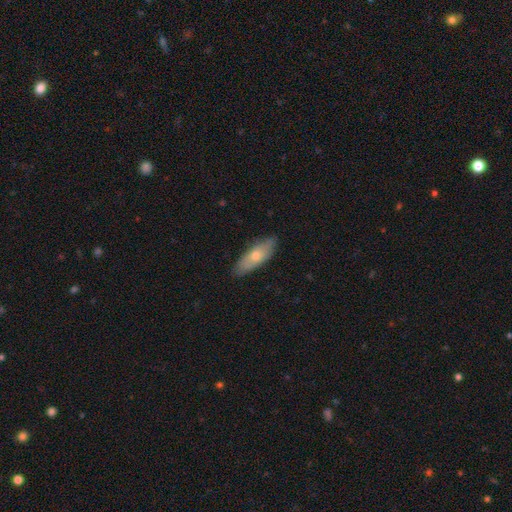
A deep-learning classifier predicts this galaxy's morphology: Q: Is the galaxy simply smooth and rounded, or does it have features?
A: smooth — 58%.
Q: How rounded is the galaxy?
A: in between — 61%.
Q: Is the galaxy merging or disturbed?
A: none — 85%.